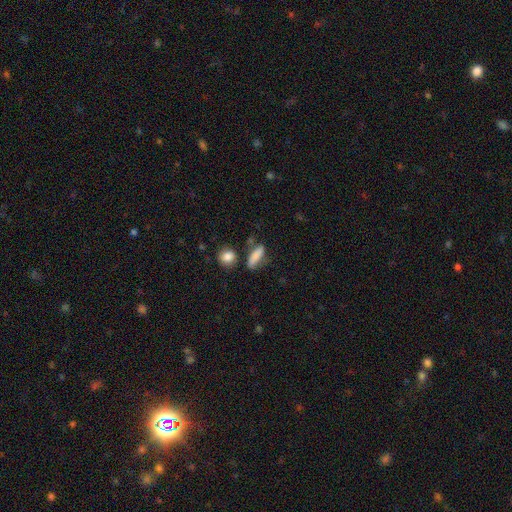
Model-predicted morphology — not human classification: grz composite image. It shows a smooth galaxy with no disk features (80%) that is in between round and cigar-shaped (49%). Merging: none (59%).